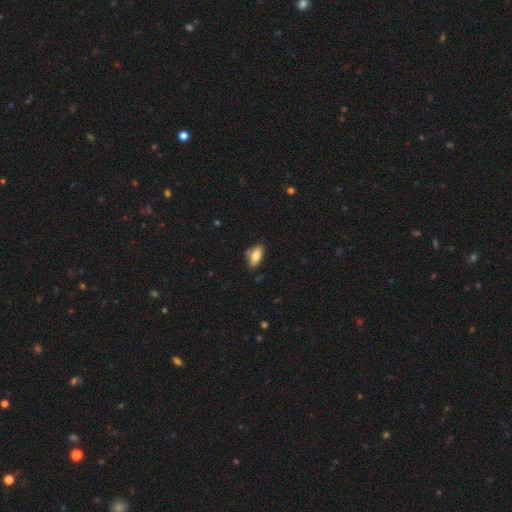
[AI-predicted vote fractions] Overall: smooth (79%). How rounded: in between (88%). Merging: none (71%).